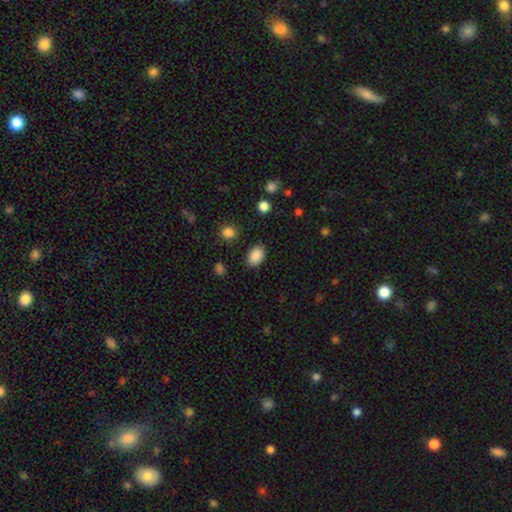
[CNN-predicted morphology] This is clearly a smooth galaxy (88%). How rounded: clearly in between (81%). Merging: clearly none (85%).